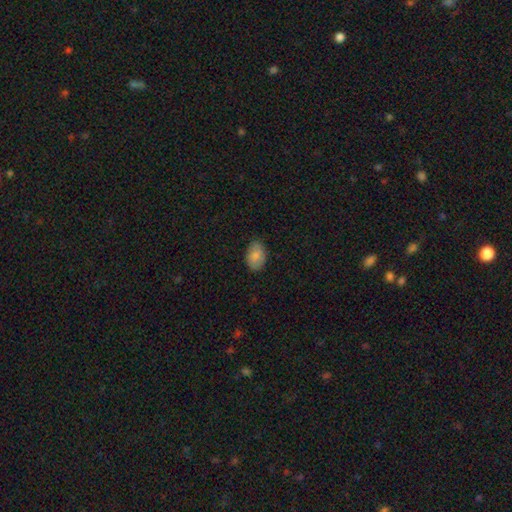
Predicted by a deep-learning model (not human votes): The model was most divided on "merging": none: 82%, minor disturbance: 14%, major disturbance: 3%, merger: 1%. More confident: how rounded — in between (86%); smooth or featured — smooth (85%).